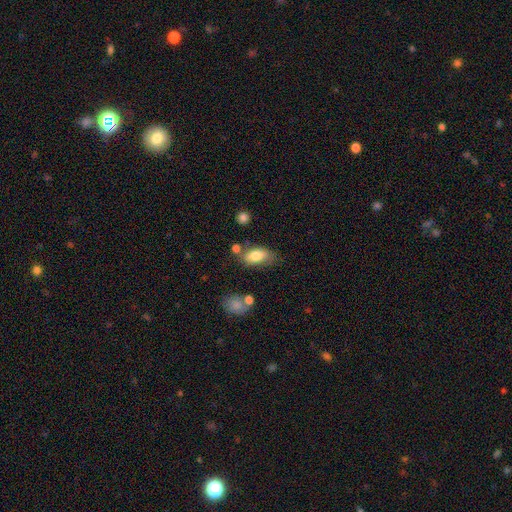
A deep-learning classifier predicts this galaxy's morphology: smooth-or-featured: smooth: 81% | featured or disk: 12% | star or artifact: 8%
  how-rounded: in between: 90% | cigar-shaped: 5% | round: 5%
  merging: none: 58% | minor disturbance: 23% | merger: 12% | major disturbance: 7%